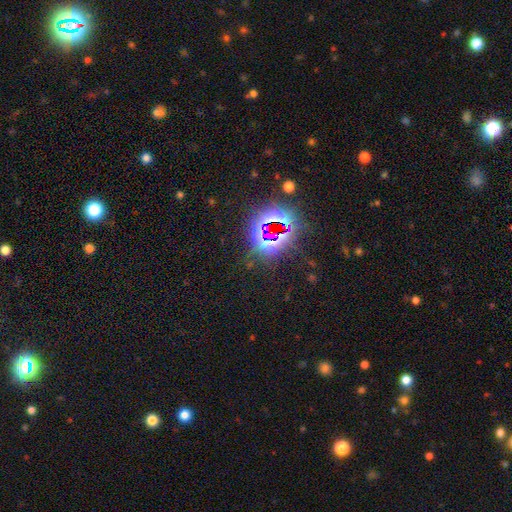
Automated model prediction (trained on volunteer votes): The model was most divided on "smooth or featured": star or artifact: 59%, smooth: 21%, featured or disk: 20%.